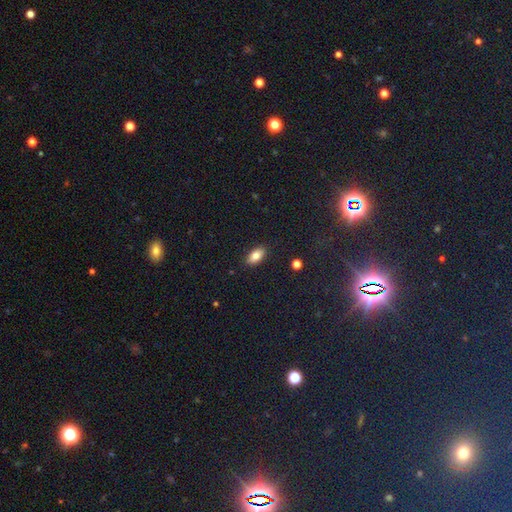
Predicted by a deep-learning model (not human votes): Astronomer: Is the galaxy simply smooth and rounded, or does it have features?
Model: smooth — 81%.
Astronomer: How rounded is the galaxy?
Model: in between — 90%.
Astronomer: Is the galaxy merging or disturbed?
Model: none — 88%.